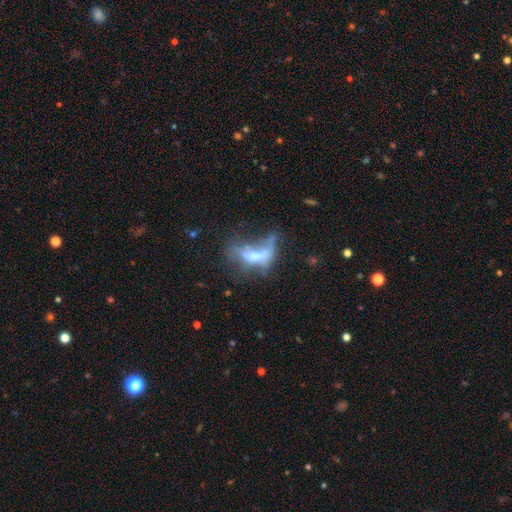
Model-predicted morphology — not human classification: The model was most divided on "smooth or featured": featured or disk: 46%, smooth: 41%, star or artifact: 13%. Remaining: merging — major disturbance (47%).